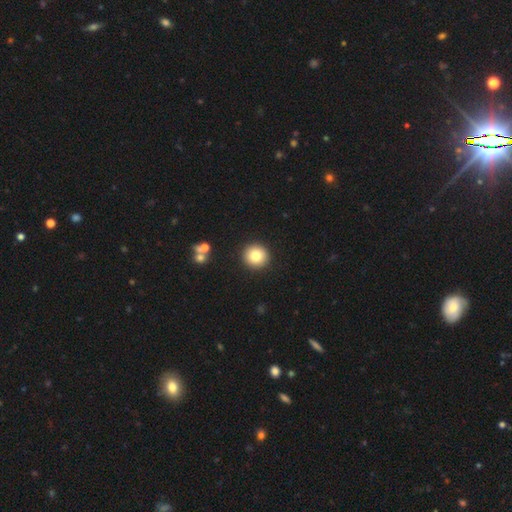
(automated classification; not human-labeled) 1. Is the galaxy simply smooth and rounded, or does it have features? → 80% smooth, 10% star or artifact, 10% featured or disk.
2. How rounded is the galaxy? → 94% round, 5% in between, 1% cigar-shaped.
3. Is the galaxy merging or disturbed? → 92% none, 5% minor disturbance, 2% major disturbance, 2% merger.